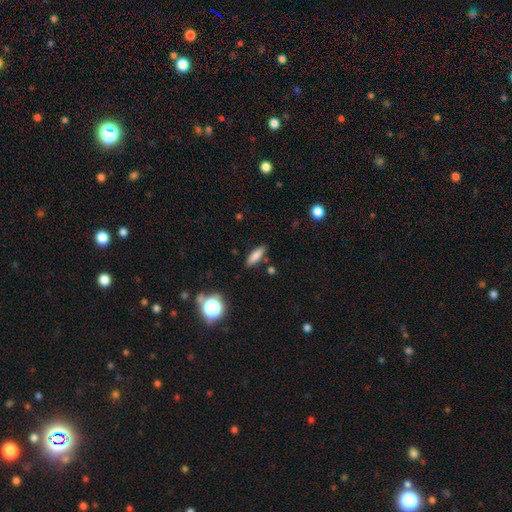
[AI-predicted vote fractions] The model was most divided on "how rounded": in between: 55%, cigar-shaped: 42%, round: 3%. More confident: merging — none (85%); smooth or featured — smooth (81%).